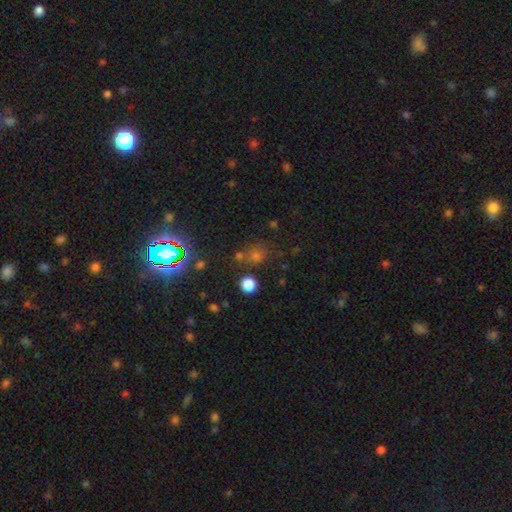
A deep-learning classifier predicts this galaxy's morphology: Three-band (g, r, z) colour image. It shows a smooth galaxy with no disk features (49%). Merging: none (73%).